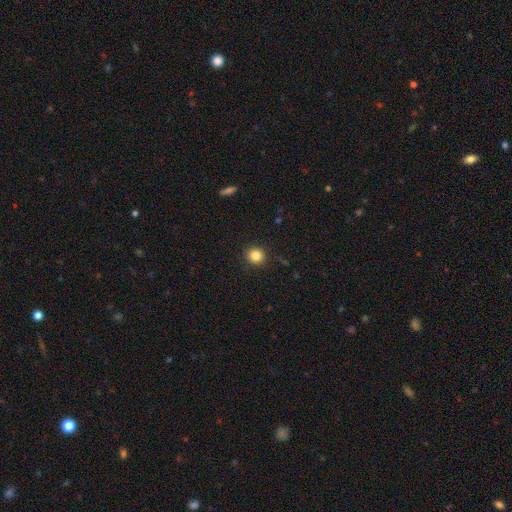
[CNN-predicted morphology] This is clearly a smooth galaxy (84%). How rounded: clearly round (92%). Merging: clearly none (91%).